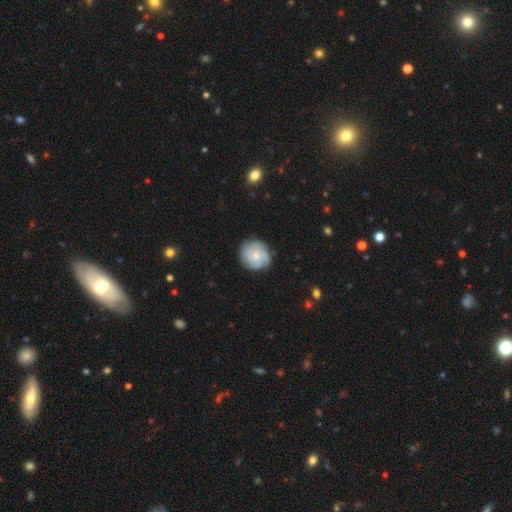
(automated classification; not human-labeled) A featured or disk galaxy (47%).

Vote fractions:
- Smooth or featured? featured or disk: 47% / smooth: 46% / star or artifact: 7%
- Merging? none: 77% / minor disturbance: 17% / major disturbance: 4% / merger: 1%